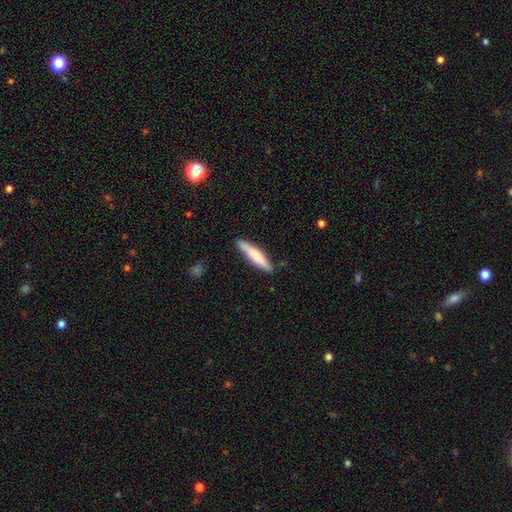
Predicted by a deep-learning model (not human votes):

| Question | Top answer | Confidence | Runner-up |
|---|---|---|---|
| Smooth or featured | smooth | 70% | featured or disk (25%) |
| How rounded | cigar-shaped | 84% | in between (15%) |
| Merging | none | 82% | minor disturbance (14%) |